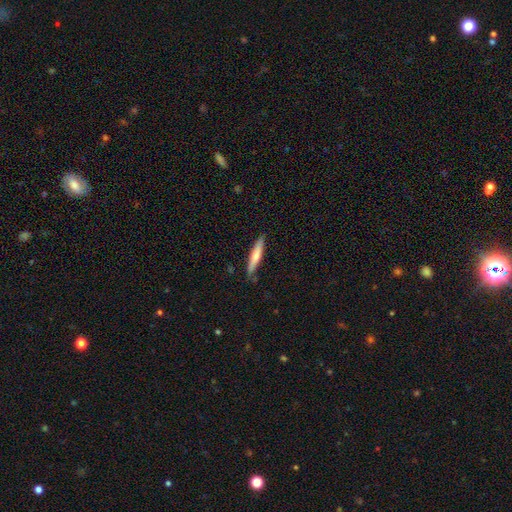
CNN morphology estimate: Overall: smooth (65%; featured or disk 30%). How rounded: cigar-shaped (92%). Merging: none (86%).